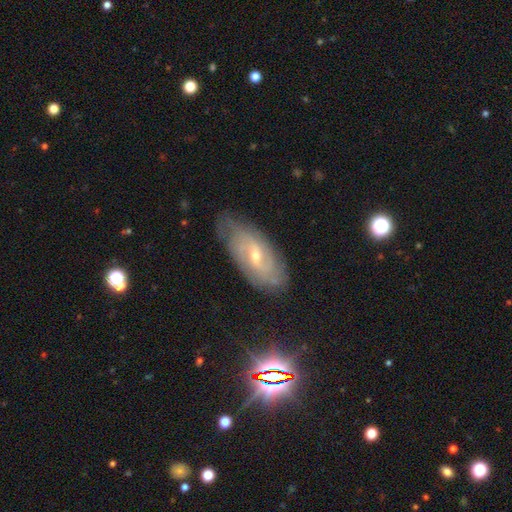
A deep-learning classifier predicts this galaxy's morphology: Smooth or featured? Predicted: featured or disk (p=0.77). Edge-on disk? Predicted: no (p=0.92). Bar? Predicted: weak (p=0.52). Spiral arms? Predicted: yes (p=0.91). Spiral winding? Predicted: tight (p=0.50). Spiral arm count? Predicted: can't tell (p=0.39, tied with 2). Bulge size? Predicted: small (p=0.60). Merging? Predicted: none (p=0.71).